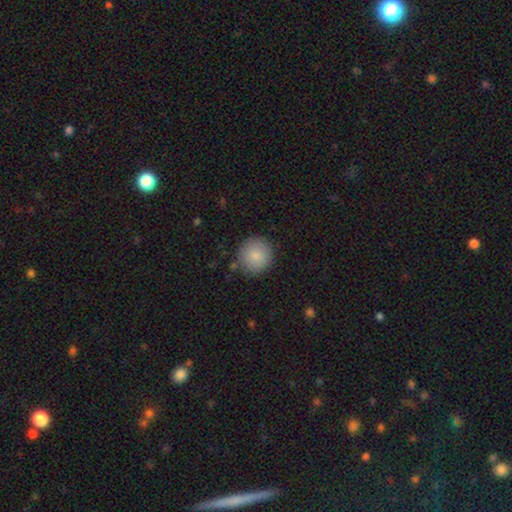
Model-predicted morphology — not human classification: Smooth or featured?
  - smooth: 86% *
  - star or artifact: 7%
  - featured or disk: 7%
How rounded?
  - round: 95% *
  - in between: 4%
  - cigar-shaped: 1%
Merging?
  - none: 86% *
  - minor disturbance: 9%
  - major disturbance: 3%
  - merger: 2%